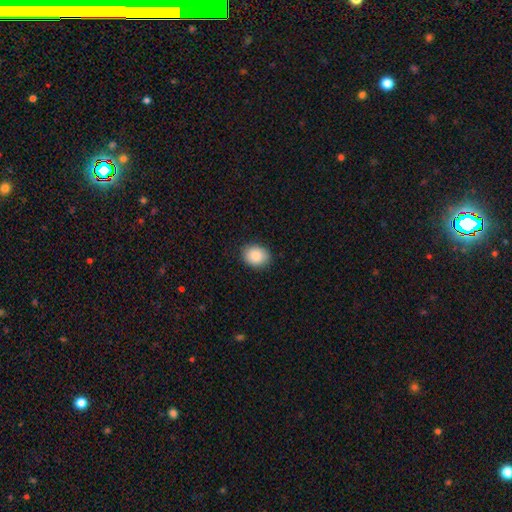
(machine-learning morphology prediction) Smooth or featured?
  - smooth: 88% *
  - star or artifact: 7%
  - featured or disk: 4%
How rounded?
  - round: 52% *
  - in between: 48%
  - cigar-shaped: 1%
Merging?
  - none: 88% *
  - minor disturbance: 9%
  - major disturbance: 2%
  - merger: 1%